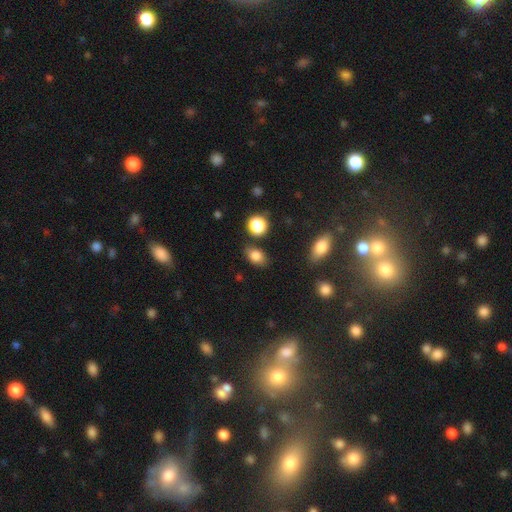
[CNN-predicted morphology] Overall: smooth (82%). How rounded: in between (77%). Merging: none (76%).